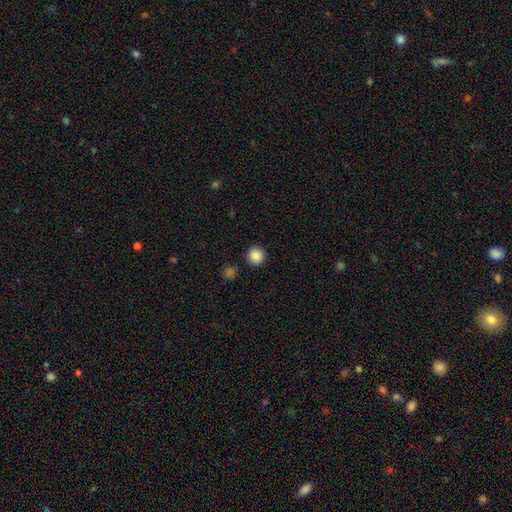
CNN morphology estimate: Overall: smooth (87%). How rounded: round (93%). Merging: none (90%).